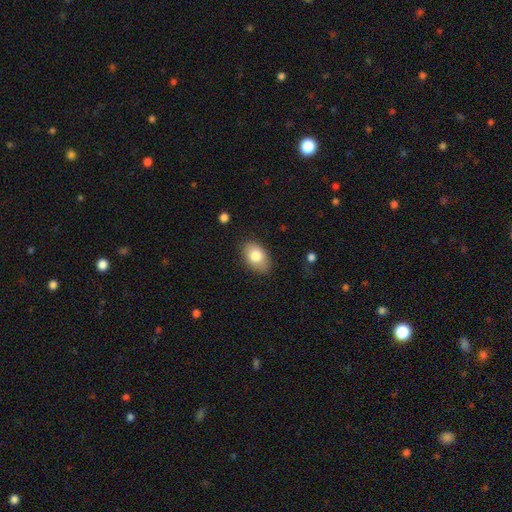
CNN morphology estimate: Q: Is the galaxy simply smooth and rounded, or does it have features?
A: smooth — 81%.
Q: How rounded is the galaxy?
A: in between — 89%.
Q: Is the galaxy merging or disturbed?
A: none — 84%.